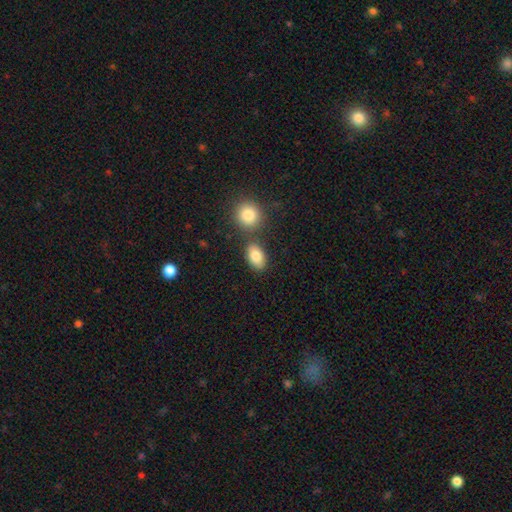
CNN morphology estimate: Smooth or featured? Predicted: smooth (p=0.84). How rounded? Predicted: in between (p=0.87). Merging? Predicted: none (p=0.70).